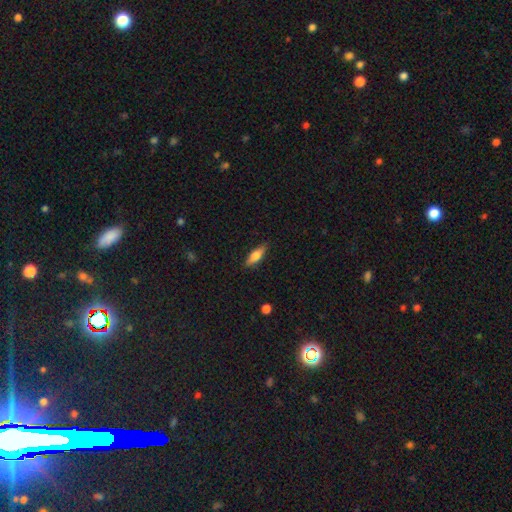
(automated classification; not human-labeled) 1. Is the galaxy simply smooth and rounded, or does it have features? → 61% smooth, 33% featured or disk, 7% star or artifact.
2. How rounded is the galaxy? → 51% cigar-shaped, 46% in between, 3% round.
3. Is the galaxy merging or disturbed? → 87% none, 10% minor disturbance, 2% major disturbance, 1% merger.